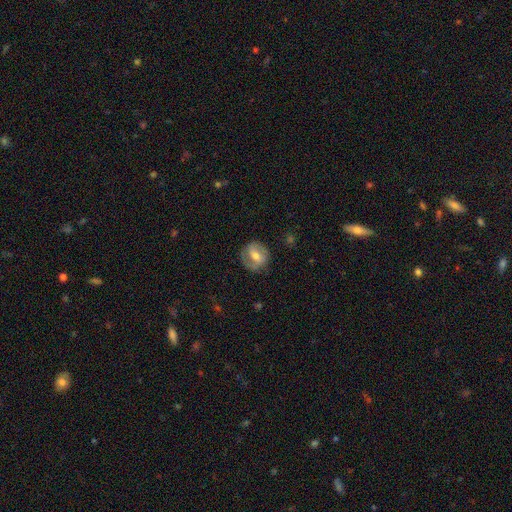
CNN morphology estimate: Smooth or featured?
  - featured or disk: 50% *
  - smooth: 43%
  - star or artifact: 7%
Edge-on disk?
  - no: 94% *
  - yes: 6%
Merging?
  - none: 74% *
  - minor disturbance: 17%
  - major disturbance: 8%
  - merger: 1%